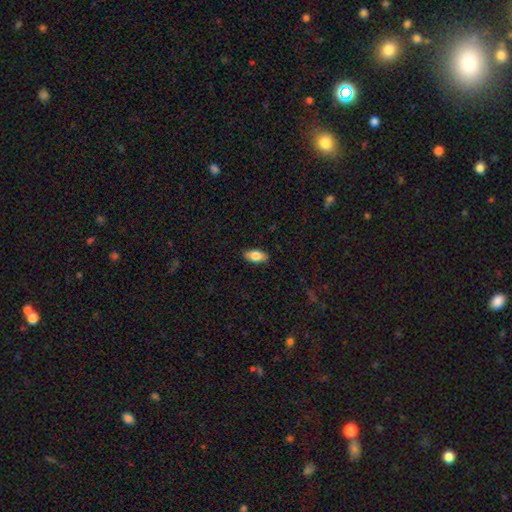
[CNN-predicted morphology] Smooth or featured? smooth (79%)
How rounded? in between (90%)
Merging? none (88%)